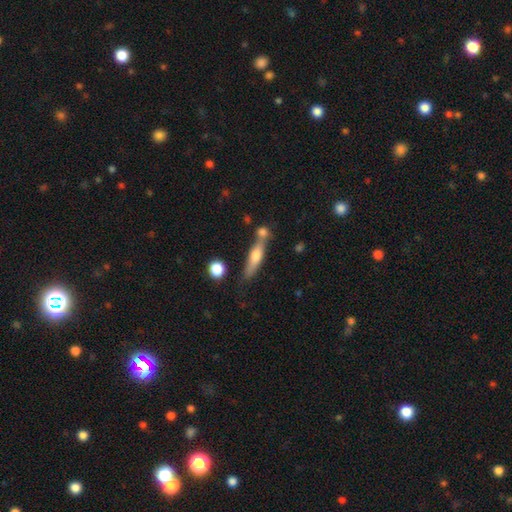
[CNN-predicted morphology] A smooth galaxy with no disk features (52%) that is cigar-shaped (75%).

Vote fractions:
- Smooth or featured? smooth: 52% / featured or disk: 41% / star or artifact: 7%
- How rounded? cigar-shaped: 75% / in between: 22% / round: 3%
- Merging? none: 55% / merger: 26% / minor disturbance: 14% / major disturbance: 5%